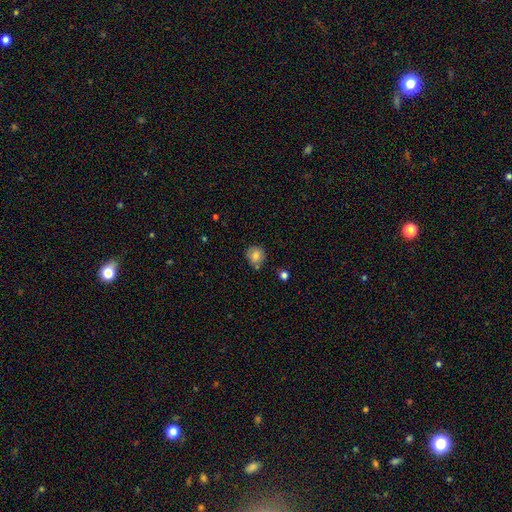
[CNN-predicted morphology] The model was most divided on "merging": none: 74%, minor disturbance: 16%, merger: 6%, major disturbance: 3%. More confident: how rounded — round (84%); smooth or featured — smooth (78%).